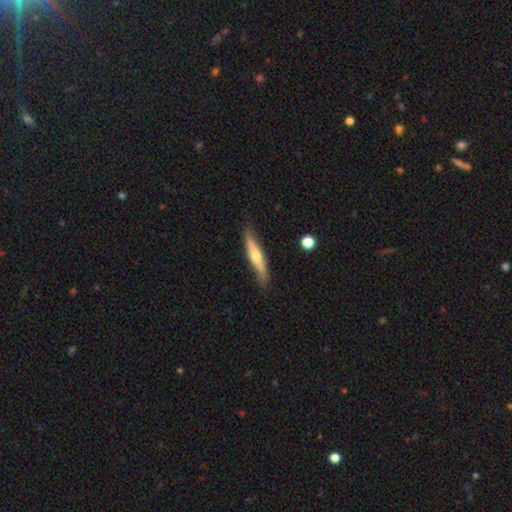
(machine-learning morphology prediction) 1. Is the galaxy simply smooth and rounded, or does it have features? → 53% featured or disk, 42% smooth, 5% star or artifact.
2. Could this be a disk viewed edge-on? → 90% yes, 10% no.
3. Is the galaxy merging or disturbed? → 82% none, 14% minor disturbance, 2% major disturbance, 2% merger.